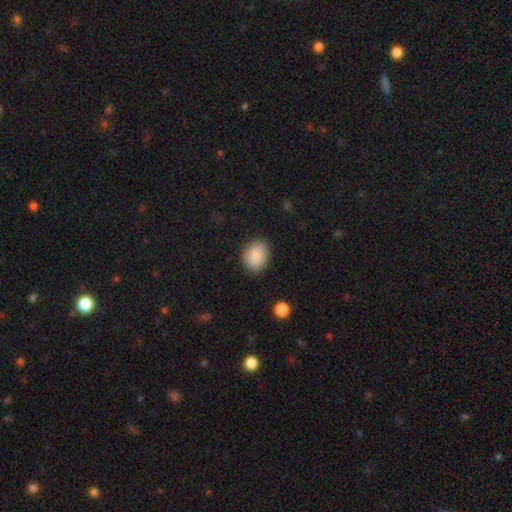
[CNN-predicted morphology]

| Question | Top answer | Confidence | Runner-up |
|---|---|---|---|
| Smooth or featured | smooth | 87% | star or artifact (7%) |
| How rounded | in between | 57% | round (42%) |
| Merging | none | 86% | minor disturbance (10%) |